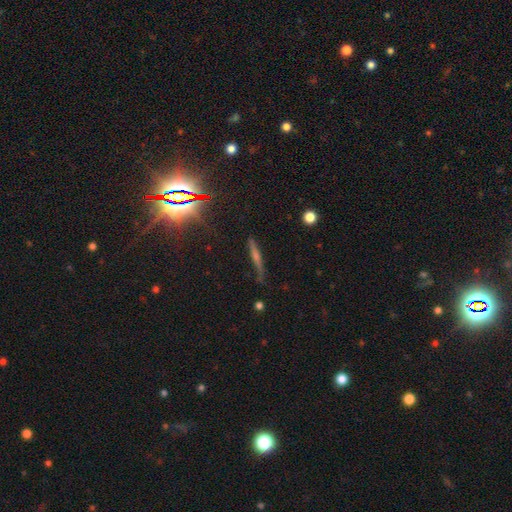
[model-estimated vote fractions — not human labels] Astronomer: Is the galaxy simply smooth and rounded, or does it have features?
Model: featured or disk — 45% (runner-up: smooth, 31%).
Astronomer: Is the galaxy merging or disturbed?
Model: none — 77%.